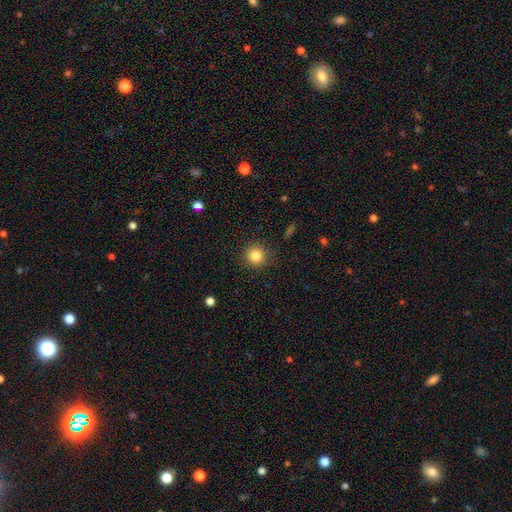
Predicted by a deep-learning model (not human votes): This is clearly a smooth galaxy (83%). How rounded: clearly round (94%). Merging: clearly none (87%).